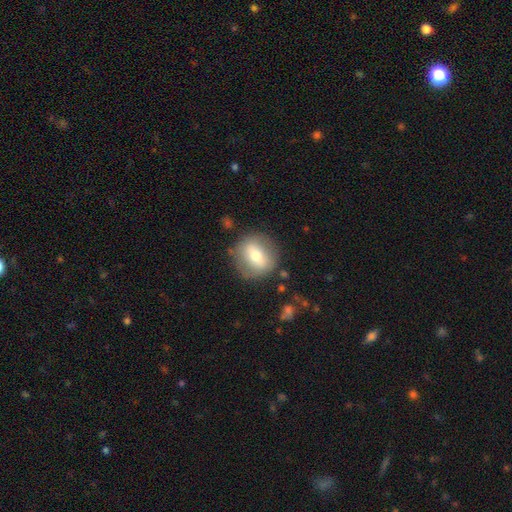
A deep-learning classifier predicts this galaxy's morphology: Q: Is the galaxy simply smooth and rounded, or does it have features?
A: smooth — 60%.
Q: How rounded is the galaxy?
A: round — 79%.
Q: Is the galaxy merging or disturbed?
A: none — 82%.